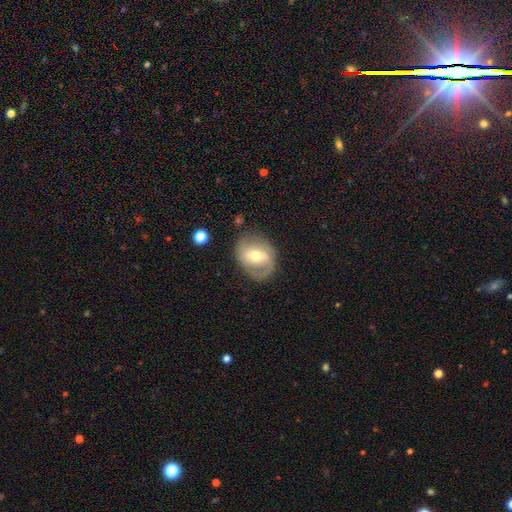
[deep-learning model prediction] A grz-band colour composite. It shows a featured or disk galaxy (72%) with a weak bar (44%), 2 (77%) medium (45%) spiral arms (85%) and a moderate central bulge (61%). Merging: none (73%).